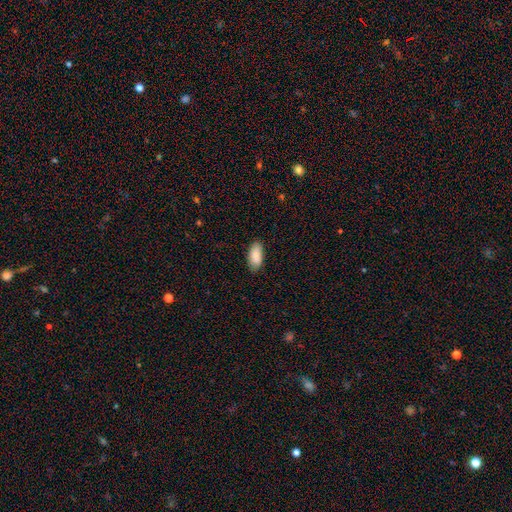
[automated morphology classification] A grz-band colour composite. It shows a smooth galaxy with no disk features (88%) that is in between round and cigar-shaped (90%). Merging: none (84%).